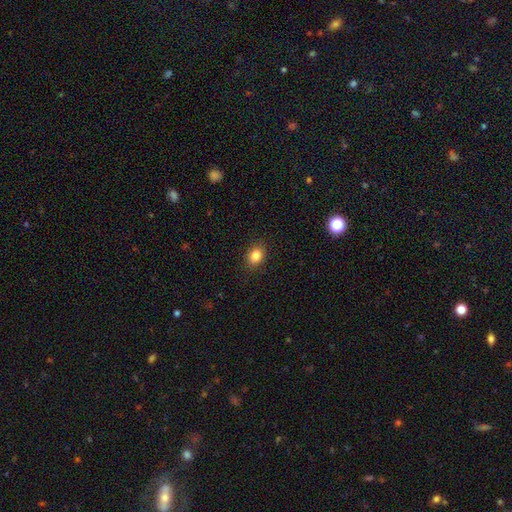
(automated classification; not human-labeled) A smooth galaxy with no disk features (84%) that is in between round and cigar-shaped (59%). Merging: none (89%).